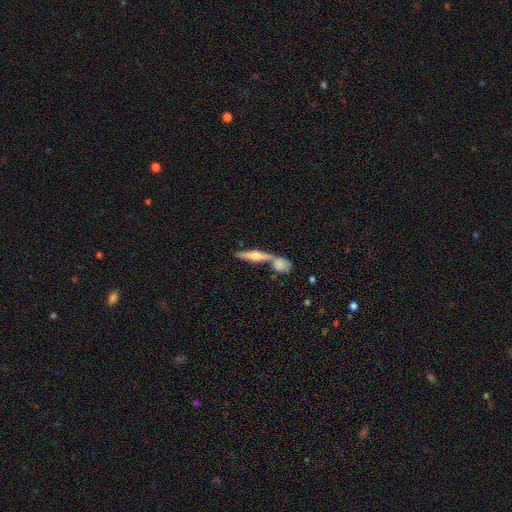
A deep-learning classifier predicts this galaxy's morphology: Overall: featured or disk (55%; smooth 39%). Edge-on disk: yes (93%). Edge-on bulge: rounded (89%). Merging: none (51%; merger 36%).